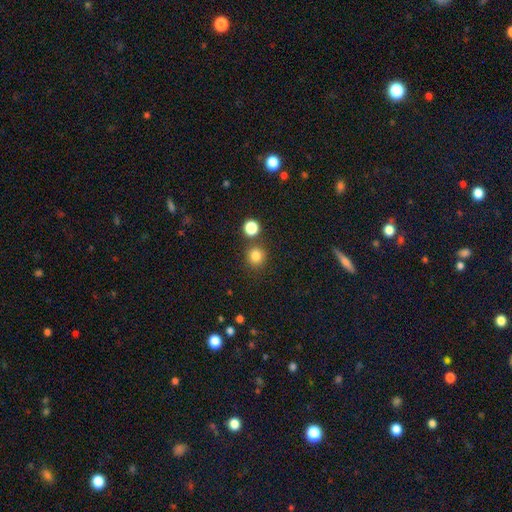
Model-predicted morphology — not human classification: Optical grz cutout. It shows a smooth galaxy with no disk features (82%) that is round (91%). Merging: none (81%).